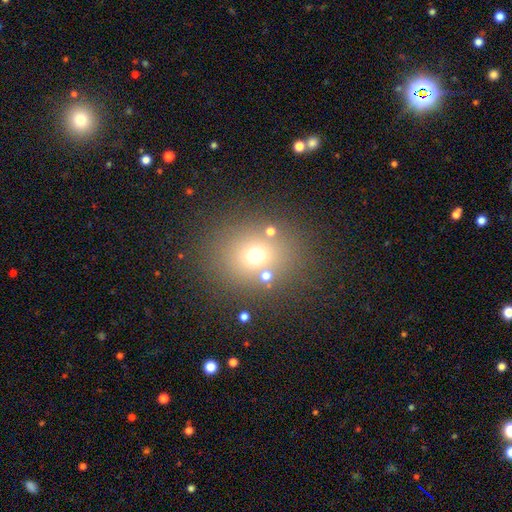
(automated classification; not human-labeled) This appears to be a smooth galaxy with no disk features (65%) that is round (75%). Merging: none (77%).